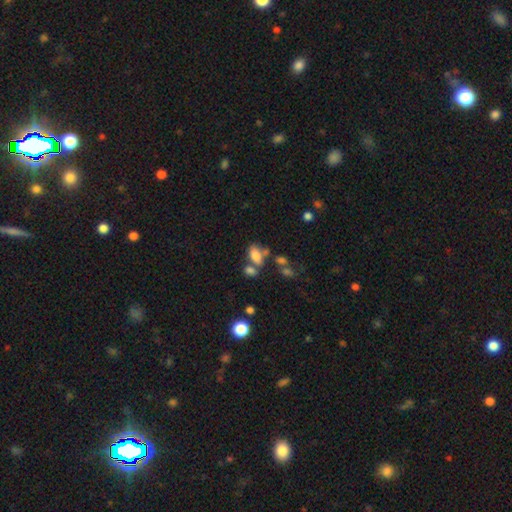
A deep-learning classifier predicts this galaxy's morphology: A smooth galaxy with no disk features (76%) that is in between round and cigar-shaped (87%). Merging: none (42%).